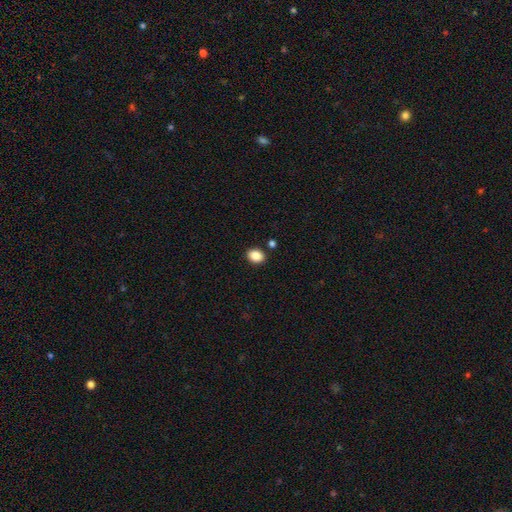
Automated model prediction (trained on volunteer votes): smooth_or_featured: smooth (p=0.87) [alt: star or artifact p=0.09]
how_rounded: in between (p=0.59) [alt: round p=0.41]
merging: none (p=0.87) [alt: minor disturbance p=0.07]